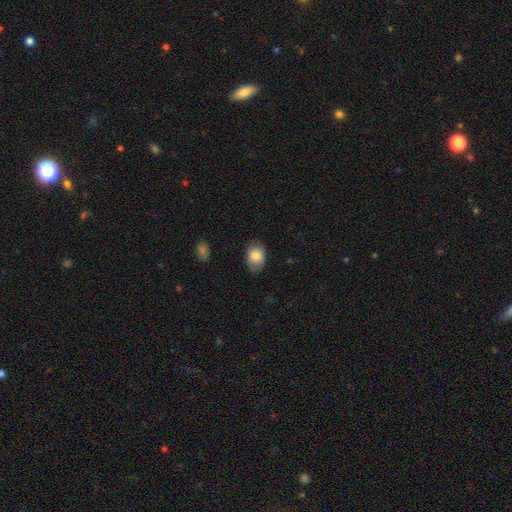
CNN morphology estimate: Smooth or featured? Predicted: smooth (p=0.84). How rounded? Predicted: in between (p=0.76). Merging? Predicted: none (p=0.75).